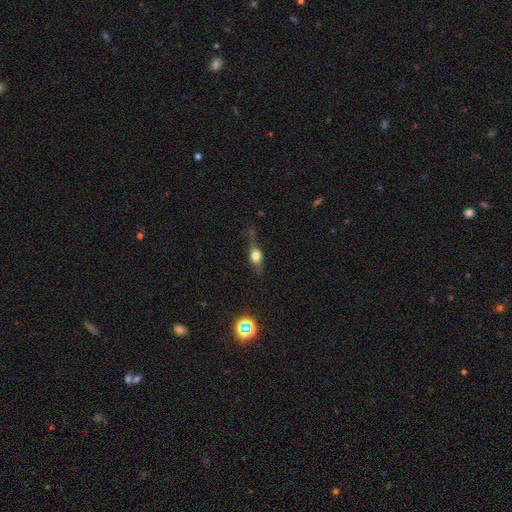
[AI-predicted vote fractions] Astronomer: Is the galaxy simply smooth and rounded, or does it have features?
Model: smooth — 46% (runner-up: featured or disk, 40%).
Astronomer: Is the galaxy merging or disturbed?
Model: none — 58%.